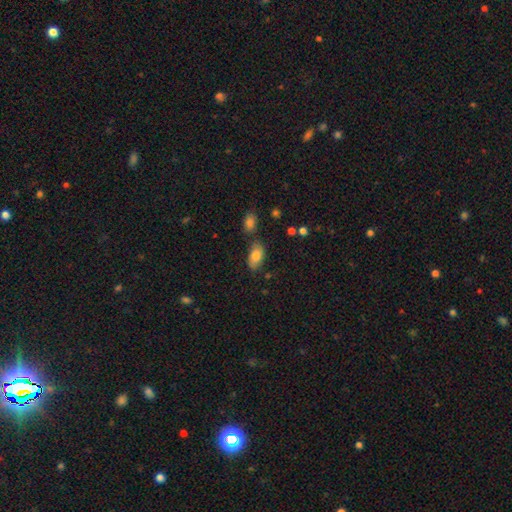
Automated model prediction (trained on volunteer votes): This is clearly a smooth galaxy (81%). How rounded: clearly in between (93%). Merging: likely none (72%).